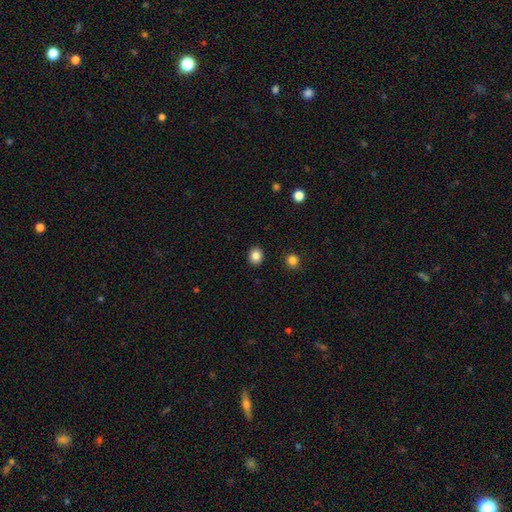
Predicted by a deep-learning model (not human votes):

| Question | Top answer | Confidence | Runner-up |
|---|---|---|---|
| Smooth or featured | smooth | 85% | star or artifact (10%) |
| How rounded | round | 73% | in between (27%) |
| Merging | none | 92% | minor disturbance (5%) |